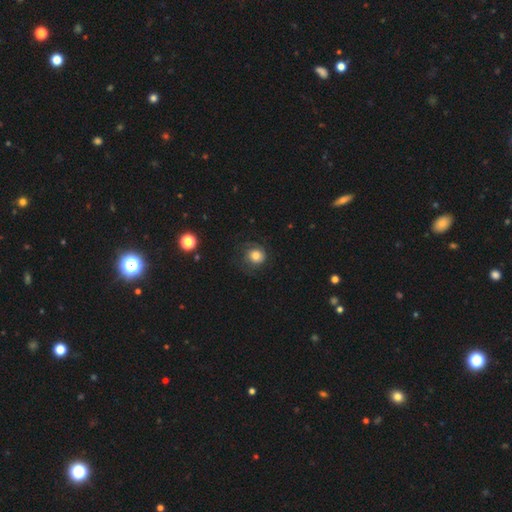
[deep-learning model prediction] Smooth or featured? smooth (64%)
How rounded? round (87%)
Merging? none (68%)